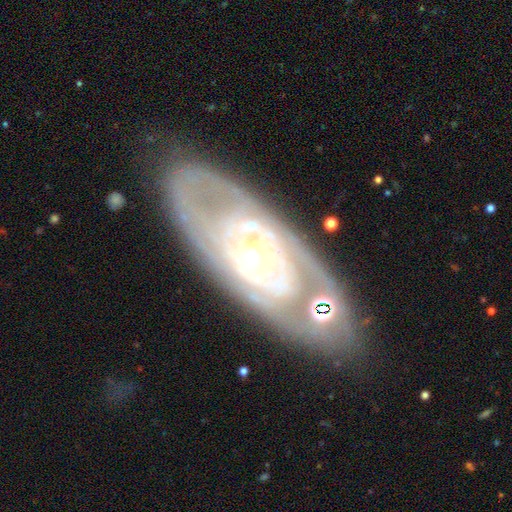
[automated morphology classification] Overall: featured or disk (84%). Edge-on disk: no (87%). Bar: no (67%). Spiral arms: yes (69%; no 31%). Bulge size: moderate (63%; small 26%). Merging: none (73%).